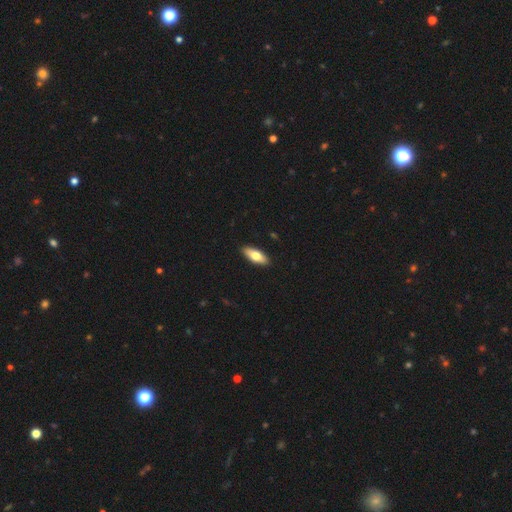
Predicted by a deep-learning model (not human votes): This appears to be a smooth galaxy with no disk features (70%) that is in between round and cigar-shaped (72%). Merging: none (91%).